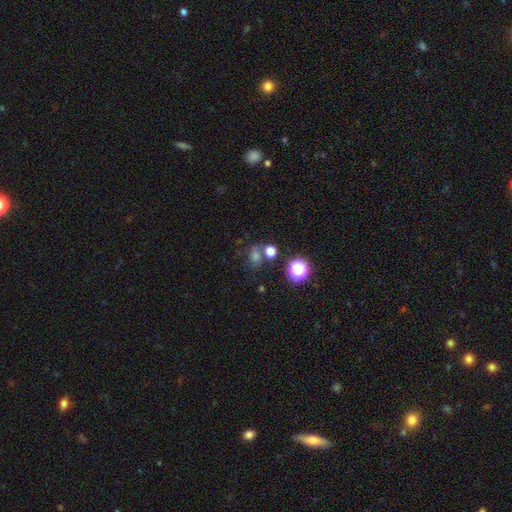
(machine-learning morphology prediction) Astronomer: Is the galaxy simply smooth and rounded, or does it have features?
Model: smooth — 48% (runner-up: star or artifact, 38%).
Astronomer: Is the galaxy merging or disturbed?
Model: none — 60%.